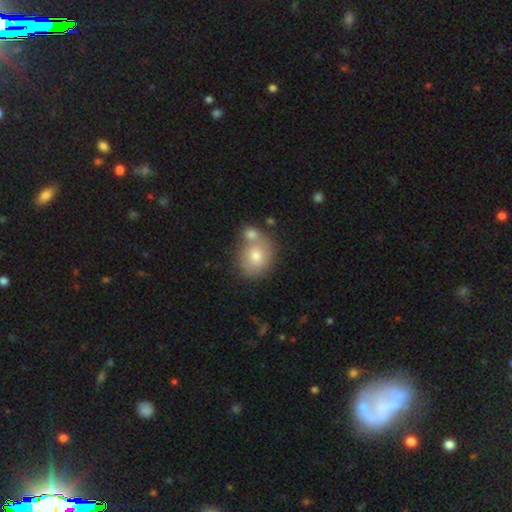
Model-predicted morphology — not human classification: Smooth or featured?
  - smooth: 74% *
  - featured or disk: 17%
  - star or artifact: 9%
How rounded?
  - round: 72% *
  - in between: 27%
  - cigar-shaped: 1%
Merging?
  - none: 47% *
  - merger: 38%
  - minor disturbance: 11%
  - major disturbance: 4%